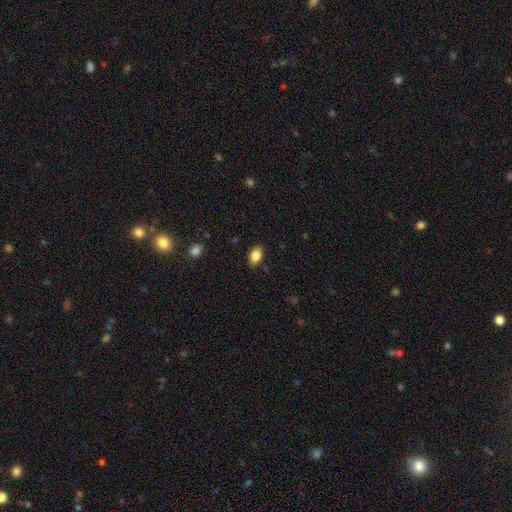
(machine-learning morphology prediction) smooth_or_featured: smooth (p=0.84) [alt: star or artifact p=0.08]
how_rounded: in between (p=0.87) [alt: round p=0.11]
merging: none (p=0.85) [alt: minor disturbance p=0.12]